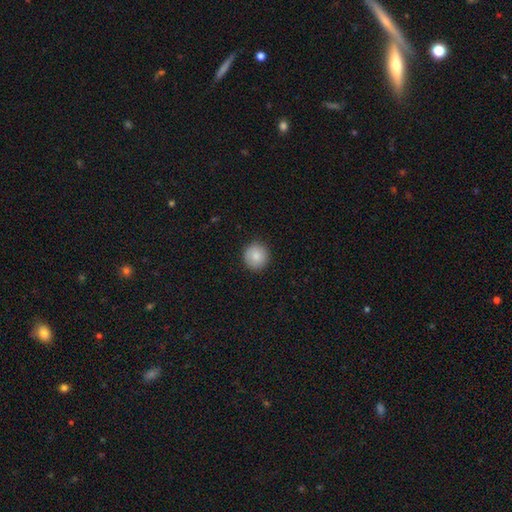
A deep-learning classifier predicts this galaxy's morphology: Smooth or featured? smooth (85%)
How rounded? round (94%)
Merging? none (91%)